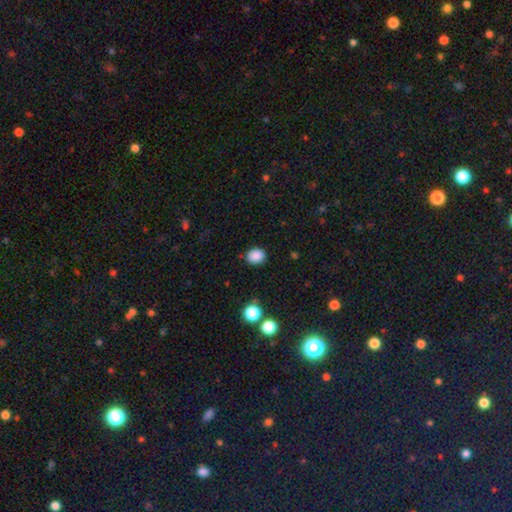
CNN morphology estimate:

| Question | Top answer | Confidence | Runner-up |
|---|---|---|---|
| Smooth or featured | smooth | 87% | star or artifact (10%) |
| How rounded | round | 58% | in between (41%) |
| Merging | none | 86% | minor disturbance (10%) |